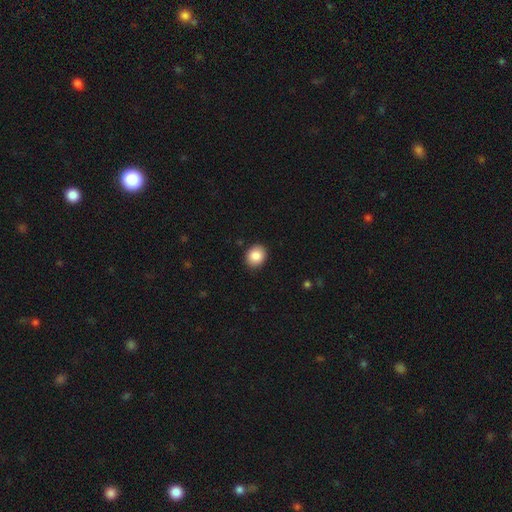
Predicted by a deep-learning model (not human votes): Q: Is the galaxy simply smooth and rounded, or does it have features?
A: smooth — 86%.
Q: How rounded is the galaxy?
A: round — 62%.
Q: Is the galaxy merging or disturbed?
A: none — 89%.